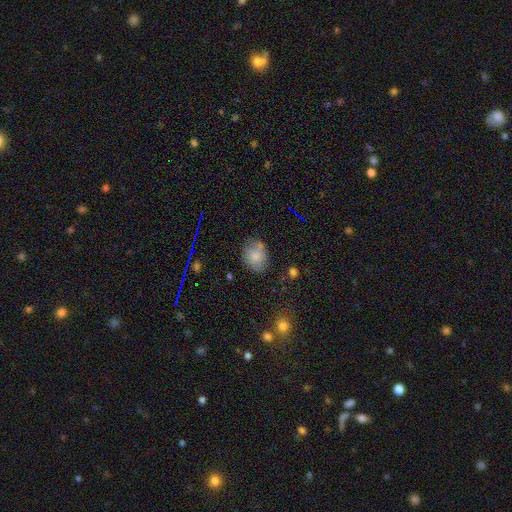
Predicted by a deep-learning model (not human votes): smooth 74%, featured or disk 15%, star or artifact 11%. Down the decision tree: how rounded — in between (53%); merging — none (65%).